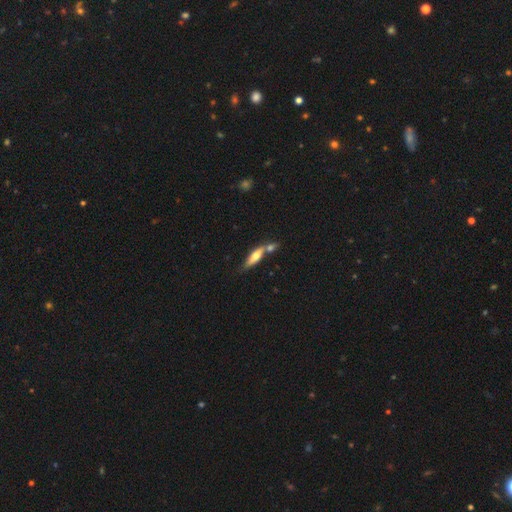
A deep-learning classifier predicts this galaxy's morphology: This appears to be a smooth galaxy with no disk features (58%) that is cigar-shaped (68%). Merging: none (46%).